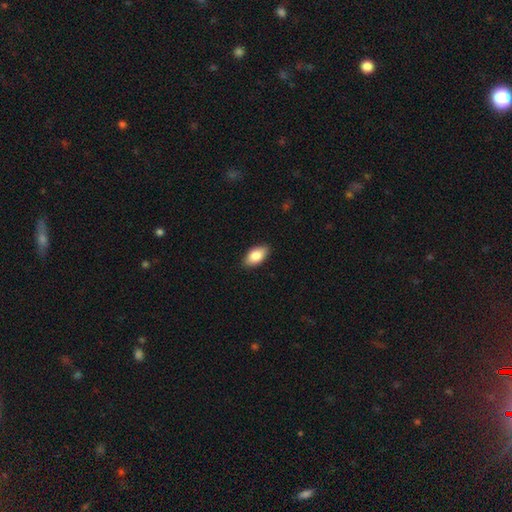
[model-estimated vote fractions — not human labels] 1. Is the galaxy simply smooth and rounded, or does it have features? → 83% smooth, 10% featured or disk, 6% star or artifact.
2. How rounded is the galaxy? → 93% in between, 4% cigar-shaped, 3% round.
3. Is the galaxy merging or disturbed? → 88% none, 9% minor disturbance, 2% major disturbance, 1% merger.